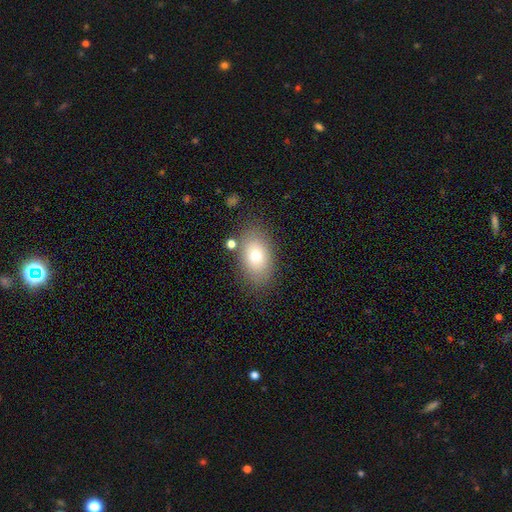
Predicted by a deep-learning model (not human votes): smooth 72%, featured or disk 18%, star or artifact 10%. Down the decision tree: how rounded — in between (86%); merging — none (79%).